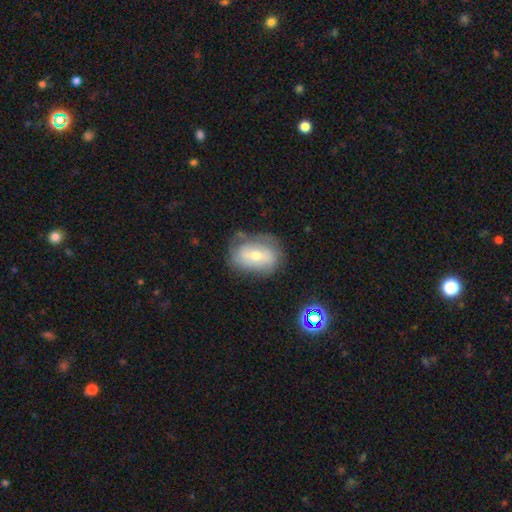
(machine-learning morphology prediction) A featured or disk galaxy (51%). Merging: none (60%).